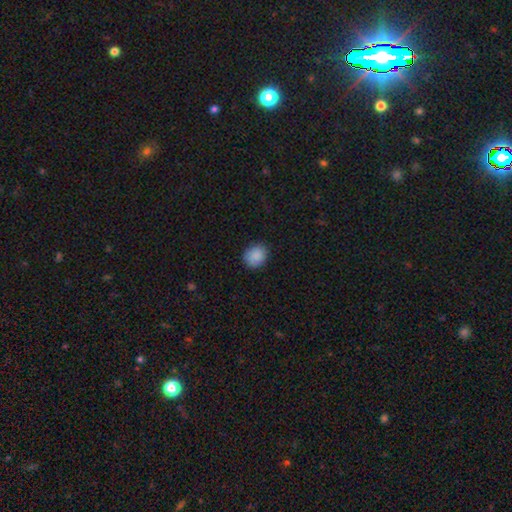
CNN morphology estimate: Smooth or featured?
  - smooth: 89% *
  - star or artifact: 8%
  - featured or disk: 3%
How rounded?
  - round: 65% *
  - in between: 34%
  - cigar-shaped: 1%
Merging?
  - none: 86% *
  - minor disturbance: 11%
  - major disturbance: 2%
  - merger: 1%